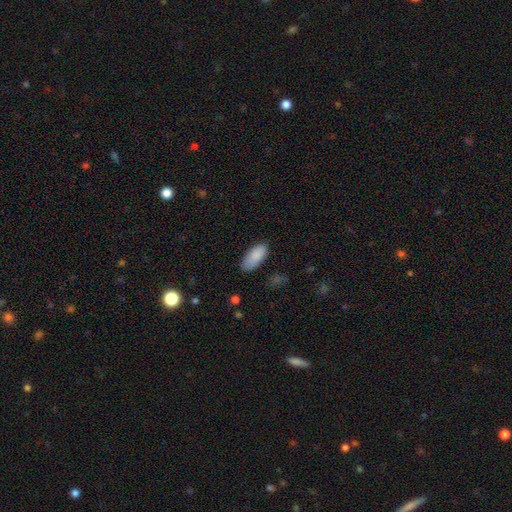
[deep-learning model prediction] This appears to be a smooth galaxy with no disk features (88%) that is in between round and cigar-shaped (88%). Merging: none (77%).